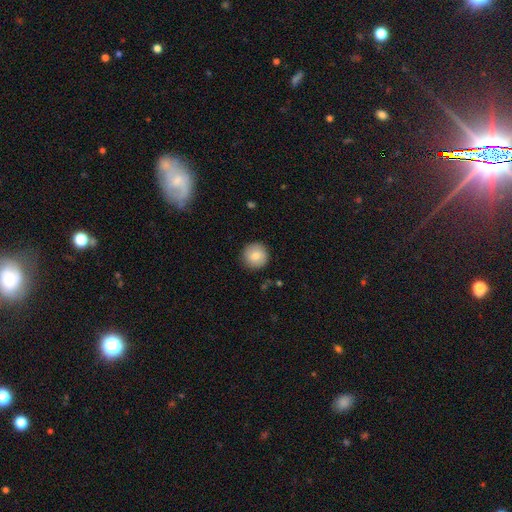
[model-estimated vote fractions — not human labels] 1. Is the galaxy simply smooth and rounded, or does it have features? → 81% smooth, 11% featured or disk, 8% star or artifact.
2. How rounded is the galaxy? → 95% round, 4% in between, 1% cigar-shaped.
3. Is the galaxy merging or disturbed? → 90% none, 7% minor disturbance, 2% major disturbance, 1% merger.